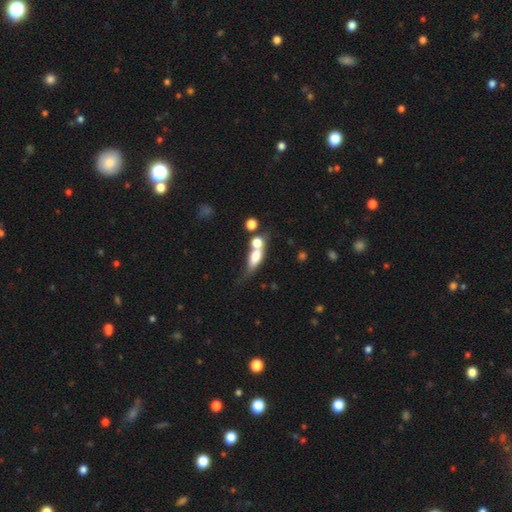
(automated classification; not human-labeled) A smooth galaxy with no disk features (62%) that is in between round and cigar-shaped (59%). Merging: merger (44%).